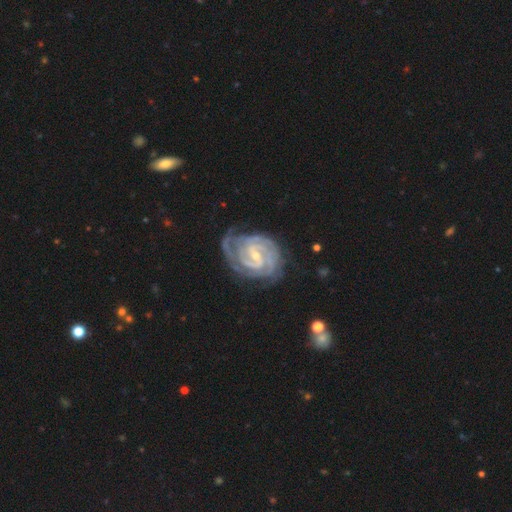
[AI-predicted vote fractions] Morphology: type=featured or disk (93%); edge-on=no (98%); bar=weak (52%); spiral arms=yes (99%); winding=tight (75%); arm count=2 (42%); bulge=small (67%); merging=none (69%).